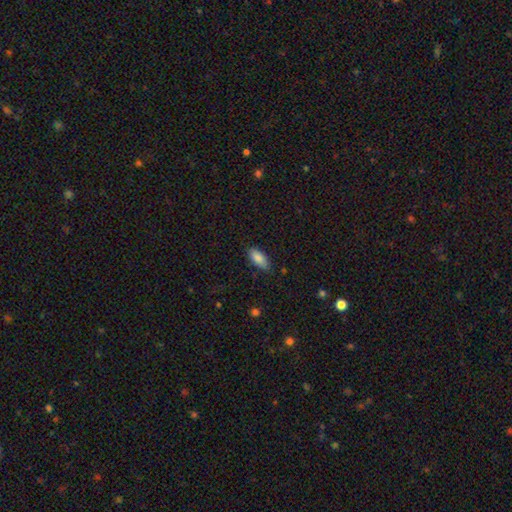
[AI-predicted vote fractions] This appears to be a smooth galaxy with no disk features (84%) that is in between round and cigar-shaped (85%). Merging: none (82%).